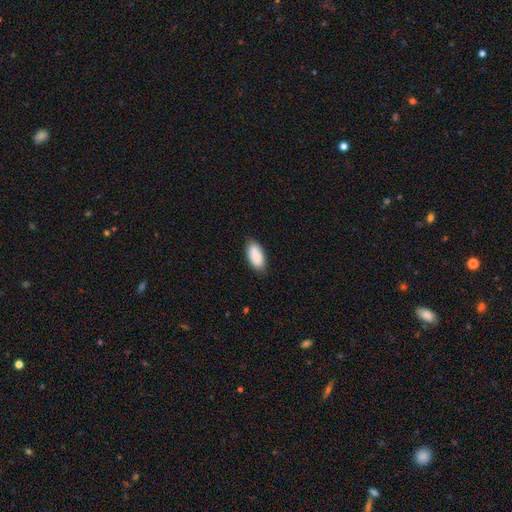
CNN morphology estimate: Smooth or featured? Predicted: smooth (p=0.84). How rounded? Predicted: in between (p=0.93). Merging? Predicted: none (p=0.81).